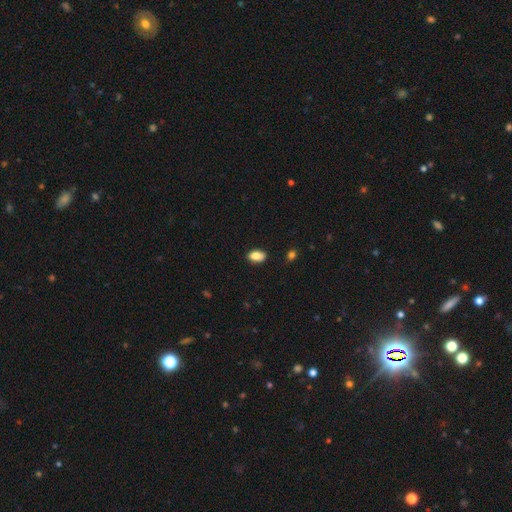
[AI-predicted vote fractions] This appears to be a smooth galaxy with no disk features (84%) that is in between round and cigar-shaped (90%). Merging: none (85%).